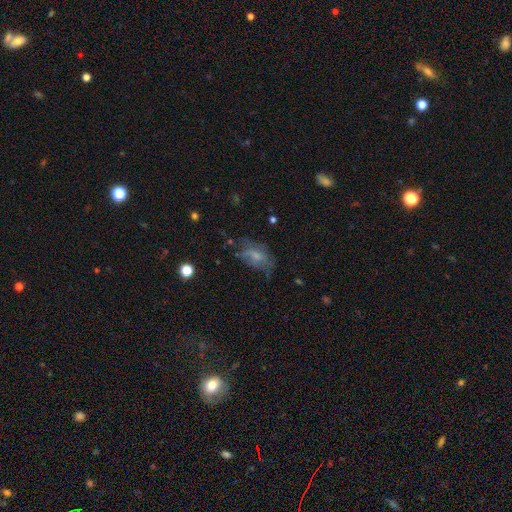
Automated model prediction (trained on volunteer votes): smooth 50%, featured or disk 39%, star or artifact 11%. Down the decision tree: merging — none (45%).